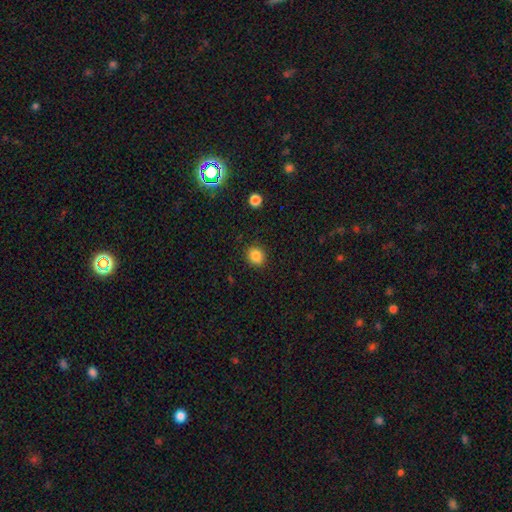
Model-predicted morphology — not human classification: Smooth or featured?
  - smooth: 85% *
  - star or artifact: 11%
  - featured or disk: 4%
How rounded?
  - round: 73% *
  - in between: 26%
  - cigar-shaped: 1%
Merging?
  - none: 89% *
  - minor disturbance: 7%
  - major disturbance: 2%
  - merger: 1%